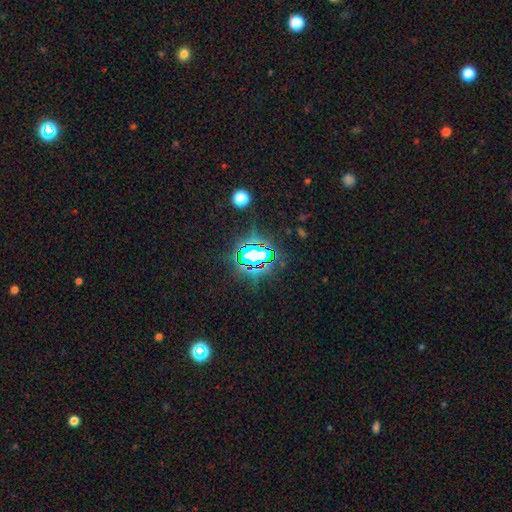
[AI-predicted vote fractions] Morphology: type=star or artifact (74%).